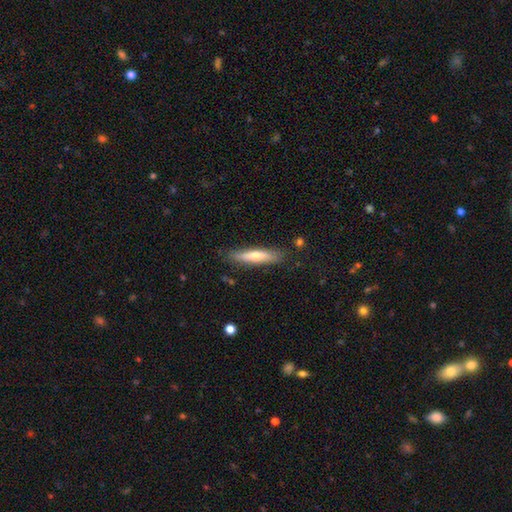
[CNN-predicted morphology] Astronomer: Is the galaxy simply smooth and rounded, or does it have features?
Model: smooth — 57% (runner-up: featured or disk, 37%).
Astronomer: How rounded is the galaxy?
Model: cigar-shaped — 83%.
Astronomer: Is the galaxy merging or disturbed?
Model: none — 83%.